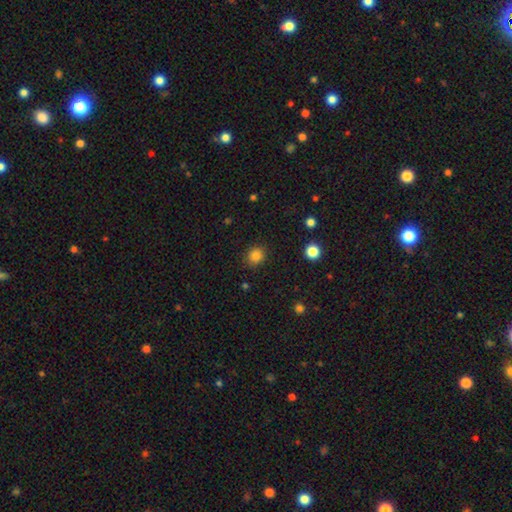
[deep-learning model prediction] This appears to be a smooth galaxy with no disk features (83%) that is round (79%). Merging: none (88%).